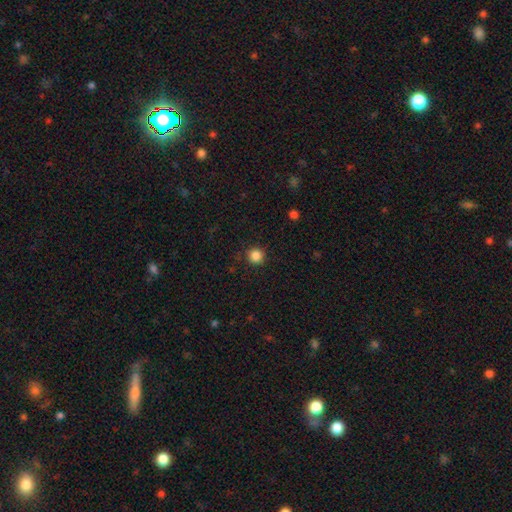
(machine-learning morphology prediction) The model was most divided on "smooth or featured": smooth: 86%, star or artifact: 11%, featured or disk: 3%. More confident: how rounded — round (95%); merging — none (90%).